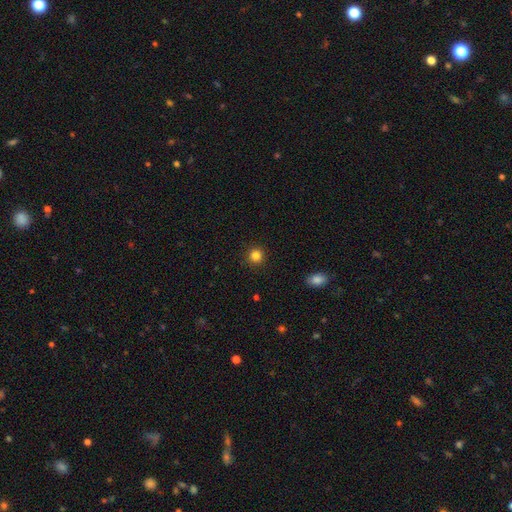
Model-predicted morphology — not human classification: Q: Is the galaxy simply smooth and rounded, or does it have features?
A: smooth — 84%.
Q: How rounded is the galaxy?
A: round — 94%.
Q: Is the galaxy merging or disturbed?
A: none — 92%.